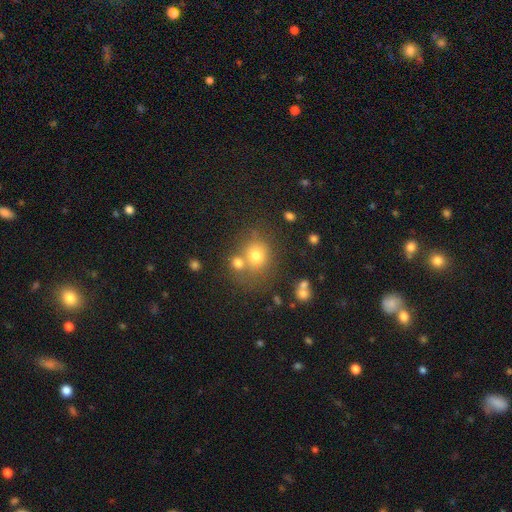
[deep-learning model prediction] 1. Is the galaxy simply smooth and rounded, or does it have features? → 71% smooth, 16% star or artifact, 13% featured or disk.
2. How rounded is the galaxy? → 76% round, 23% in between, 1% cigar-shaped.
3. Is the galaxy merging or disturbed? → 58% none, 25% merger, 12% minor disturbance, 6% major disturbance.